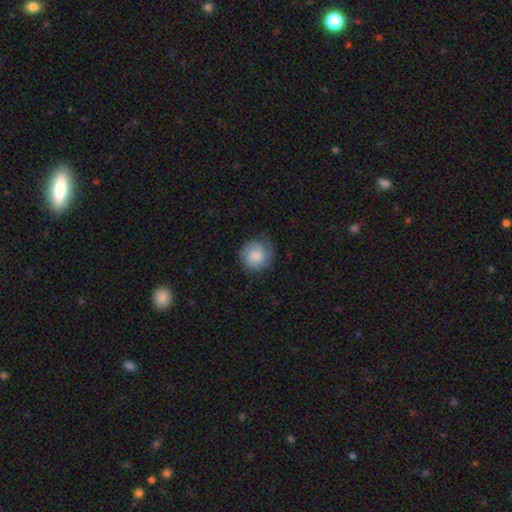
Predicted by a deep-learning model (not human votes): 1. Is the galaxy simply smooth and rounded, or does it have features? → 77% smooth, 16% featured or disk, 7% star or artifact.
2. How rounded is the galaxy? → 91% round, 8% in between, 1% cigar-shaped.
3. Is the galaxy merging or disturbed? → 80% none, 15% minor disturbance, 4% major disturbance, 1% merger.